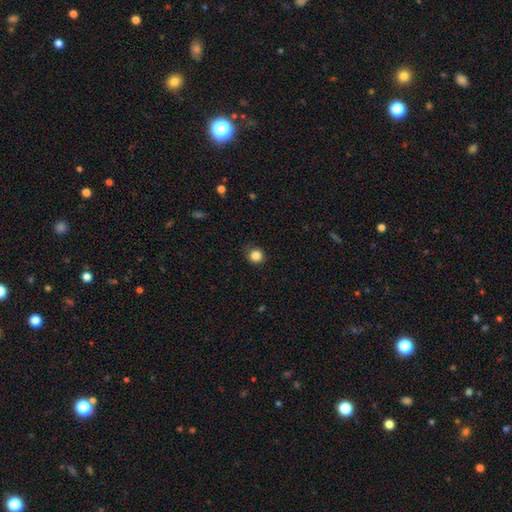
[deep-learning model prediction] Smooth or featured? Predicted: smooth (p=0.85). How rounded? Predicted: round (p=0.91). Merging? Predicted: none (p=0.85).